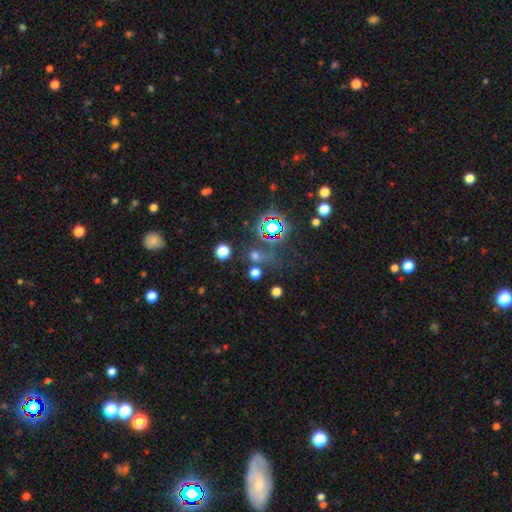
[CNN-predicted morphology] This is possibly a smooth galaxy (47%). Merging: likely none (66%).